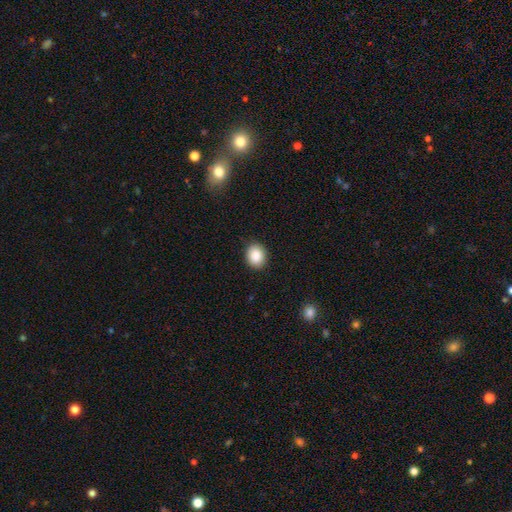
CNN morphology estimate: smooth_or_featured: smooth (p=0.87) [alt: star or artifact p=0.08]
how_rounded: round (p=0.53) [alt: in between p=0.46]
merging: none (p=0.89) [alt: minor disturbance p=0.08]